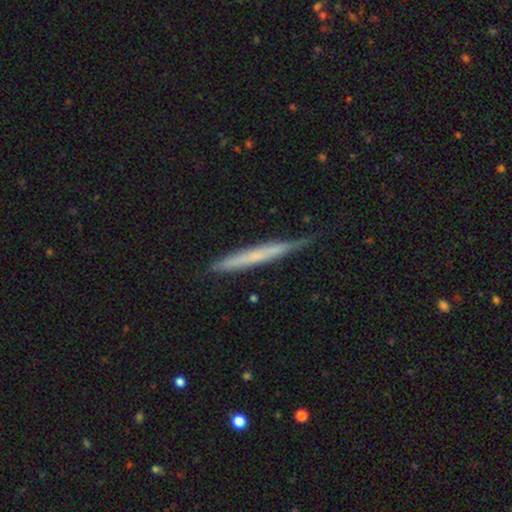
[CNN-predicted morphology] This appears to be a smooth galaxy with no disk features (52%) that is cigar-shaped (97%). Merging: none (77%).